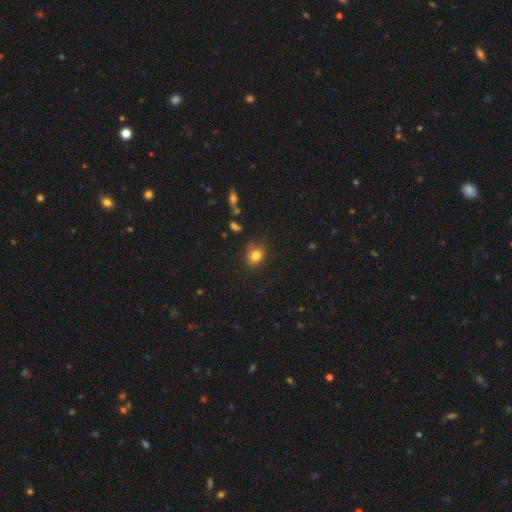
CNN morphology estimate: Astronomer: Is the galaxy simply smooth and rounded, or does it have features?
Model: smooth — 81%.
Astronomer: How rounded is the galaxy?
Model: in between — 55% (runner-up: round, 43%).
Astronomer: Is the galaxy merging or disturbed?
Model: none — 69%.